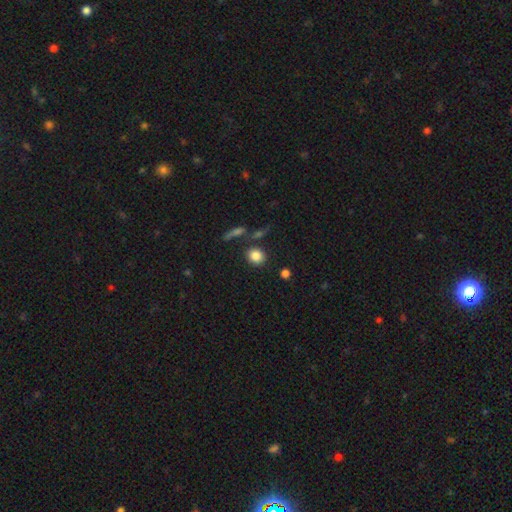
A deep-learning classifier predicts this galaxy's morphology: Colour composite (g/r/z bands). It shows a smooth galaxy with no disk features (84%) that is round (74%). Merging: none (78%).